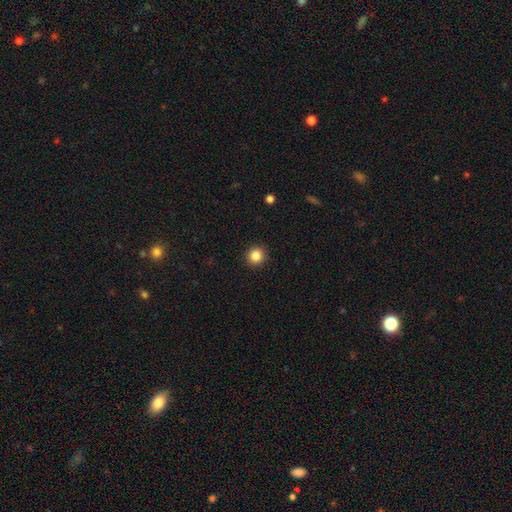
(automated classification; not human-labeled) Smooth or featured? smooth (86%)
How rounded? round (93%)
Merging? none (92%)